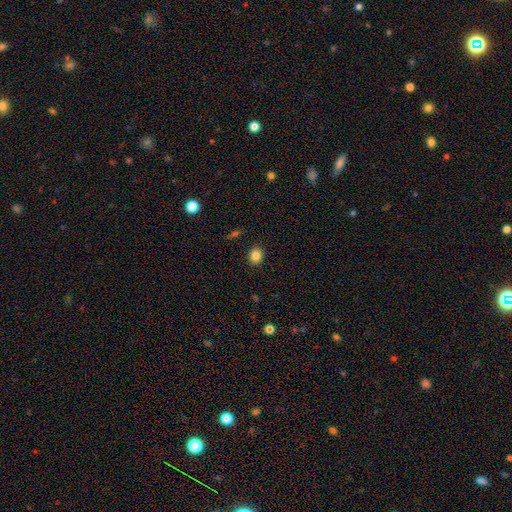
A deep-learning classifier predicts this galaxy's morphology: Smooth or featured? smooth (83%)
How rounded? round (56%)
Merging? none (89%)